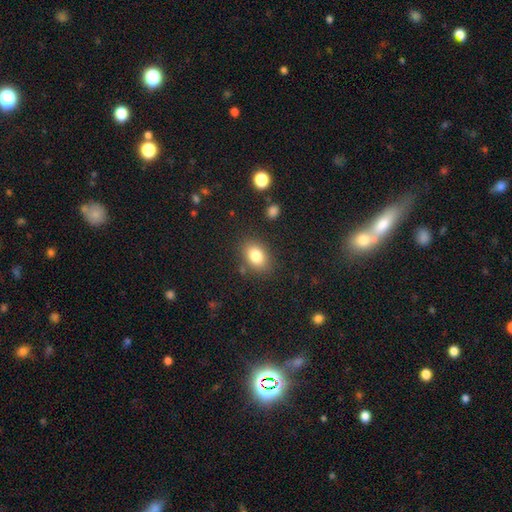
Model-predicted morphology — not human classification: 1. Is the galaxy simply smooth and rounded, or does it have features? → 81% smooth, 10% star or artifact, 9% featured or disk.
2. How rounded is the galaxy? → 77% in between, 22% round, 1% cigar-shaped.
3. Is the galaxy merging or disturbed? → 82% none, 11% minor disturbance, 3% major disturbance, 3% merger.